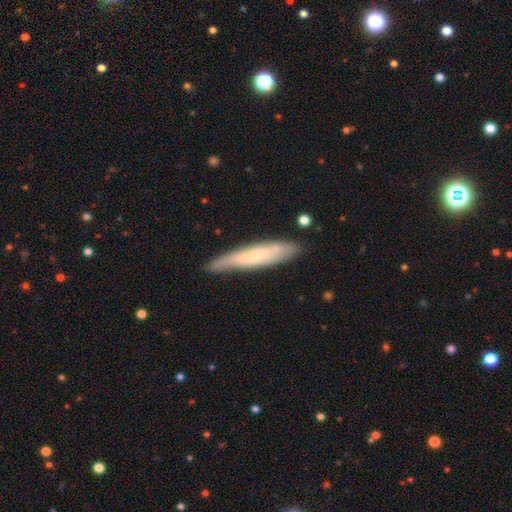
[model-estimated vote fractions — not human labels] Smooth or featured? smooth (49%)
Merging? none (77%)